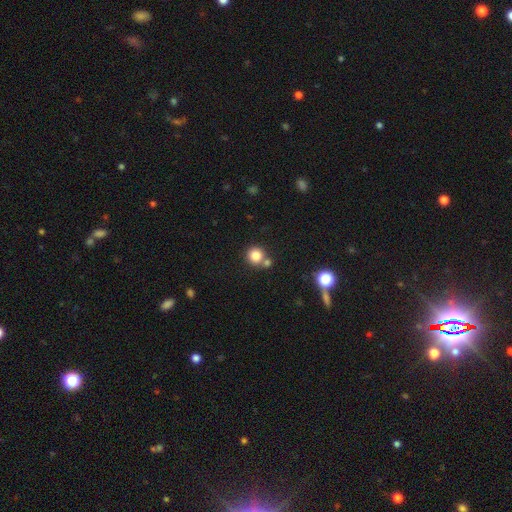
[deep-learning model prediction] smooth 82%, star or artifact 11%, featured or disk 7%. Down the decision tree: how rounded — round (92%); merging — none (65%).